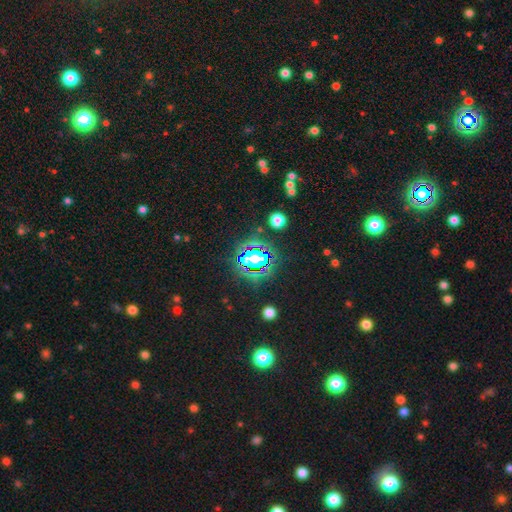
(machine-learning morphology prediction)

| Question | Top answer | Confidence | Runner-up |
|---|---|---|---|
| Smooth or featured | star or artifact | 81% | smooth (12%) |